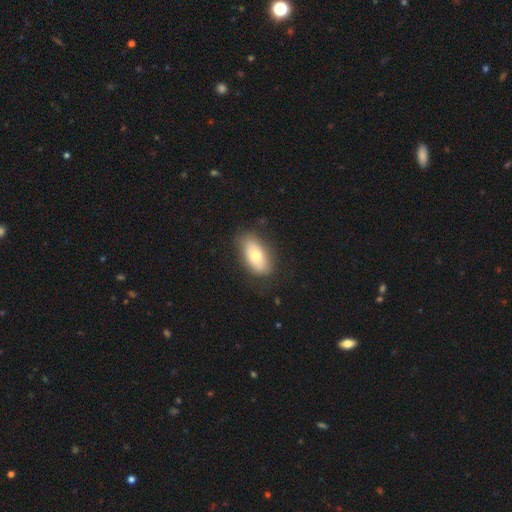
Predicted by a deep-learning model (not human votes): smooth 70%, featured or disk 24%, star or artifact 7%. Down the decision tree: how rounded — in between (91%); merging — none (78%).